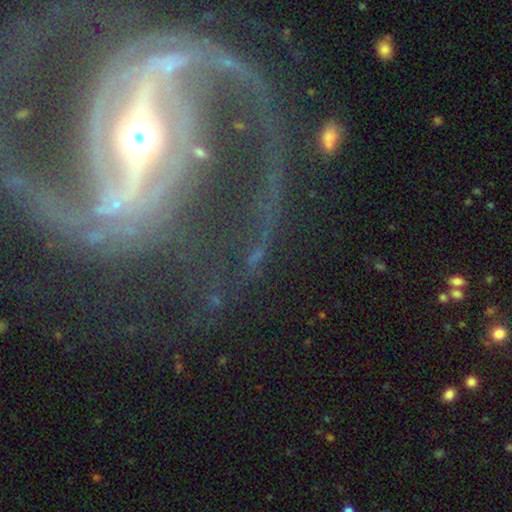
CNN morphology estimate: Smooth or featured? Predicted: featured or disk (p=0.43). Merging? Predicted: none (p=0.61).